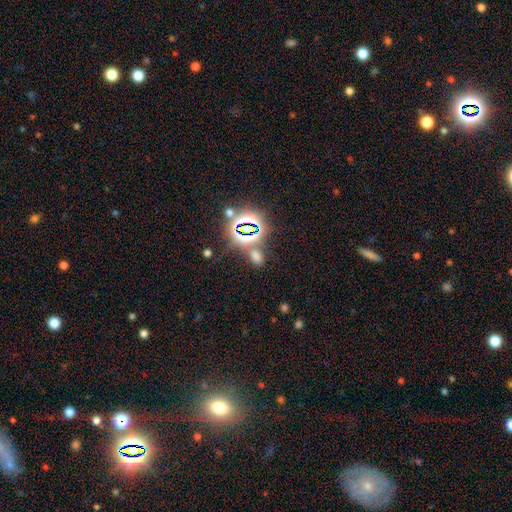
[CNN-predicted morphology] Q: Smooth or featured?
A: smooth (48%); runner-up: star or artifact (45%)
Q: Merging?
A: none (70%); runner-up: merger (13%)